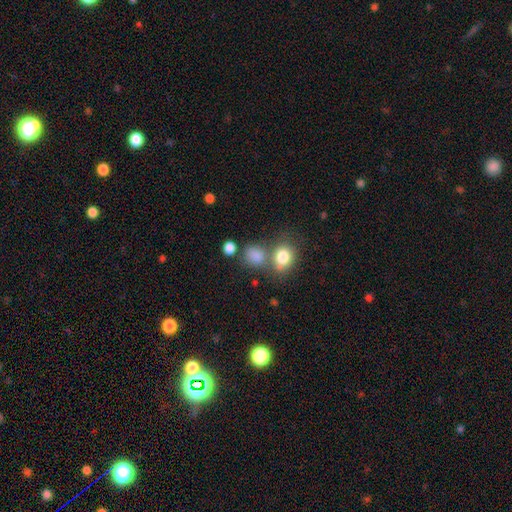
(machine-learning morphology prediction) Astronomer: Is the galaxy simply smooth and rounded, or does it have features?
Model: smooth — 81%.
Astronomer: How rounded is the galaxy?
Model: round — 61% (runner-up: in between, 38%).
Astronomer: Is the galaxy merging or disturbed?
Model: none — 54%.